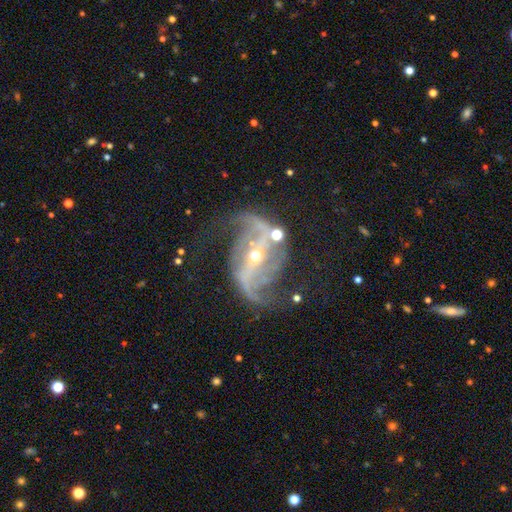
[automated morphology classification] Smooth or featured? Predicted: featured or disk (p=0.91). Edge-on disk? Predicted: no (p=0.97). Bar? Predicted: strong (p=0.52). Spiral arms? Predicted: yes (p=0.98). Spiral winding? Predicted: loose (p=0.59). Spiral arm count? Predicted: 2 (p=0.89). Bulge size? Predicted: small (p=0.59). Merging? Predicted: none (p=0.63).